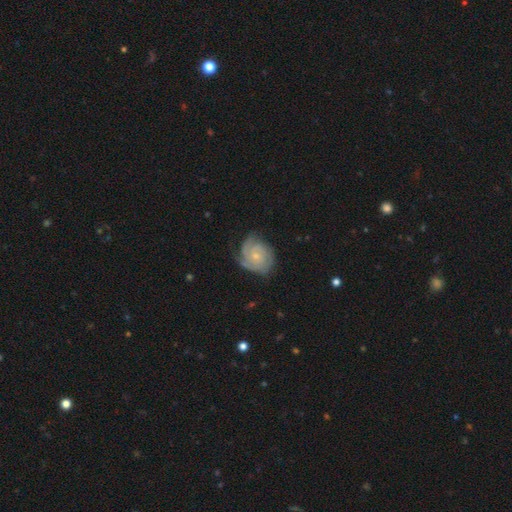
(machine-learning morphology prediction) Smooth or featured? Predicted: featured or disk (p=0.81). Edge-on disk? Predicted: no (p=0.98). Bar? Predicted: no (p=0.73). Spiral arms? Predicted: yes (p=0.96). Spiral winding? Predicted: tight (p=0.68). Spiral arm count? Predicted: 3 (p=0.34). Bulge size? Predicted: small (p=0.67). Merging? Predicted: none (p=0.66).